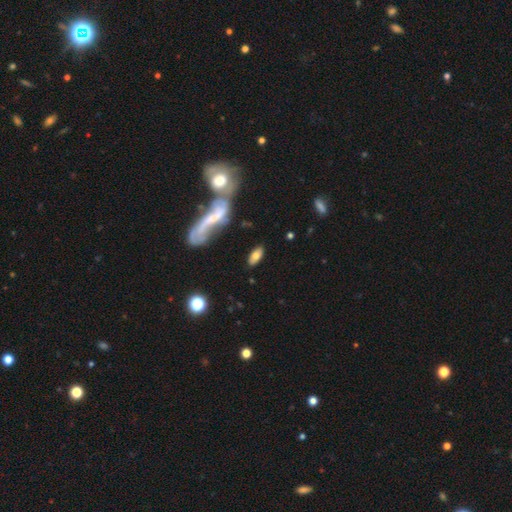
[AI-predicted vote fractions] A smooth galaxy with no disk features (64%) that is in between round and cigar-shaped (85%).

Vote fractions:
- Smooth or featured? smooth: 64% / featured or disk: 27% / star or artifact: 8%
- How rounded? in between: 85% / cigar-shaped: 10% / round: 4%
- Merging? none: 73% / minor disturbance: 13% / merger: 8% / major disturbance: 7%